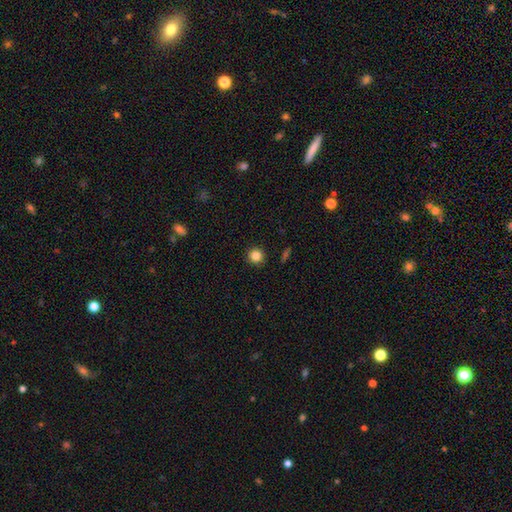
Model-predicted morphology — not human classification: smooth_or_featured: smooth (p=0.84) [alt: star or artifact p=0.11]
how_rounded: round (p=0.94) [alt: in between p=0.05]
merging: none (p=0.91) [alt: minor disturbance p=0.06]